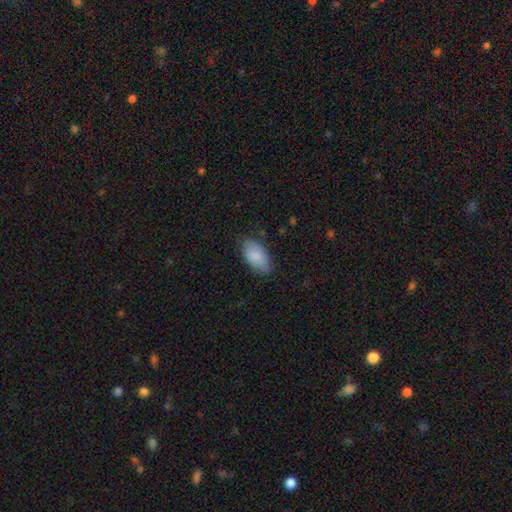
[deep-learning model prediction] Smooth or featured? smooth (87%)
How rounded? in between (95%)
Merging? none (77%)